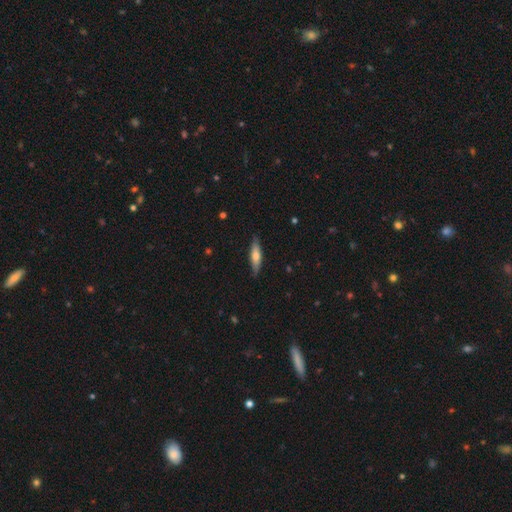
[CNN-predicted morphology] Q: Smooth or featured?
A: smooth (55%); runner-up: featured or disk (40%)
Q: How rounded?
A: cigar-shaped (71%); runner-up: in between (27%)
Q: Merging?
A: none (85%); runner-up: minor disturbance (12%)